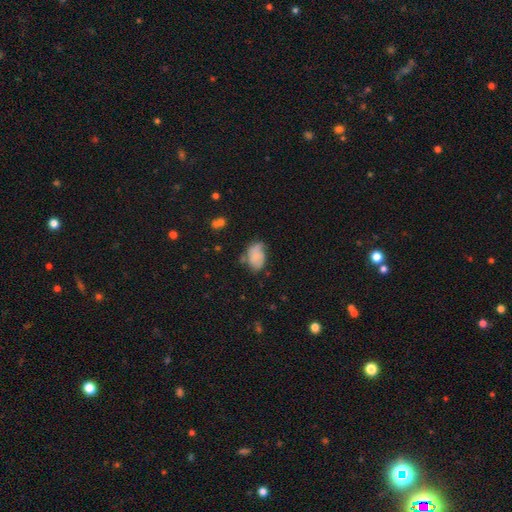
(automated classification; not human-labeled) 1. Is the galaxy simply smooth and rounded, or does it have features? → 67% smooth, 24% featured or disk, 10% star or artifact.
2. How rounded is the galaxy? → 87% in between, 12% round, 2% cigar-shaped.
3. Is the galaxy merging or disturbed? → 42% none, 35% minor disturbance, 16% major disturbance, 6% merger.